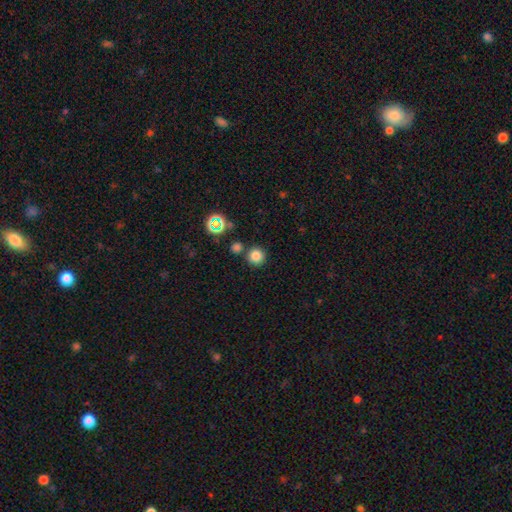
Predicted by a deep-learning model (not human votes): Q: Smooth or featured?
A: smooth (79%); runner-up: star or artifact (16%)
Q: How rounded?
A: round (94%); runner-up: in between (5%)
Q: Merging?
A: none (78%); runner-up: merger (11%)